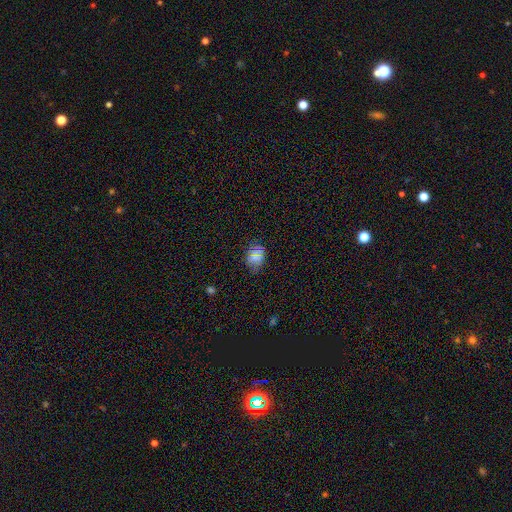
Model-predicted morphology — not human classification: Smooth or featured? smooth (65%)
How rounded? in between (60%)
Merging? none (80%)